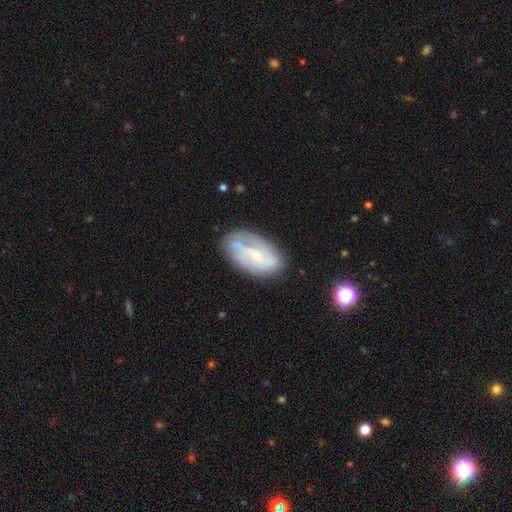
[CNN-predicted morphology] featured or disk 67%, smooth 25%, star or artifact 7%. Down the decision tree: edge-on disk — no (95%); bar — no (49%); spiral arms — yes (78%); bulge size — small (71%); merging — none (66%).